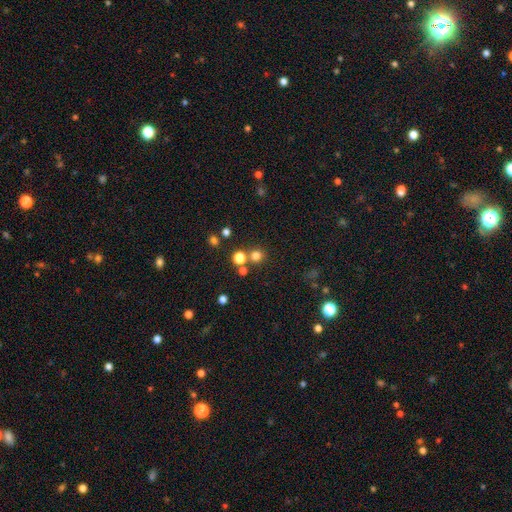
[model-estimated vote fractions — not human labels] This is likely a smooth galaxy (74%). How rounded: clearly round (92%). Merging: likely none (75%).